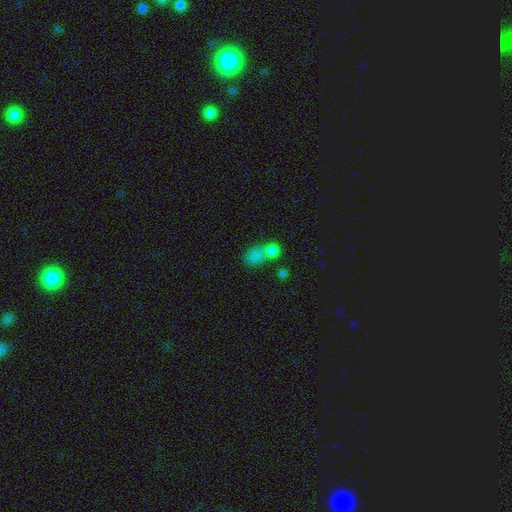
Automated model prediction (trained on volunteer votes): smooth 76%, star or artifact 15%, featured or disk 9%. Down the decision tree: how rounded — in between (56%); merging — merger (49%).